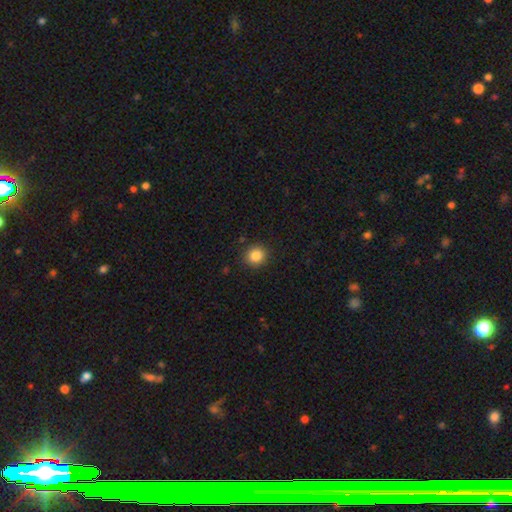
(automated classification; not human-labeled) Smooth or featured? smooth (84%)
How rounded? round (91%)
Merging? none (90%)